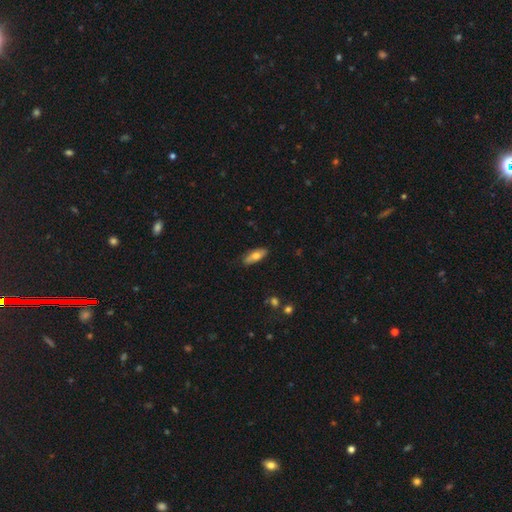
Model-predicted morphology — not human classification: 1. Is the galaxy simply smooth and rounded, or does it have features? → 71% smooth, 23% featured or disk, 6% star or artifact.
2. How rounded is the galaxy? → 75% in between, 22% cigar-shaped, 2% round.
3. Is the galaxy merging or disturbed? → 83% none, 13% minor disturbance, 2% major disturbance, 1% merger.